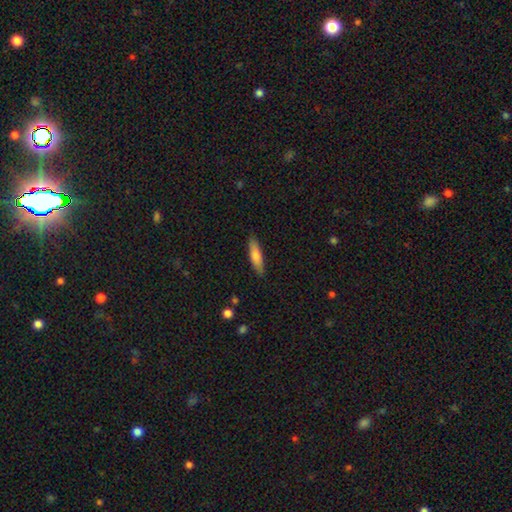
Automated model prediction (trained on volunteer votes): Smooth or featured: smooth — 72% (featured or disk — 22%)
How rounded: cigar-shaped — 73% (in between — 25%)
Merging: none — 88% (minor disturbance — 9%)